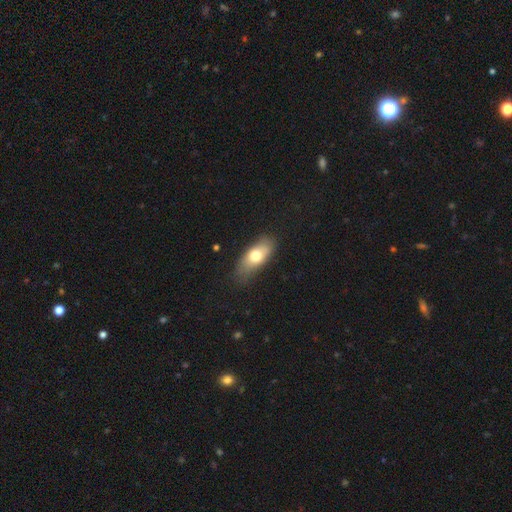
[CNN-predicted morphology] A smooth galaxy with no disk features (71%) that is in between round and cigar-shaped (83%). Merging: none (71%).